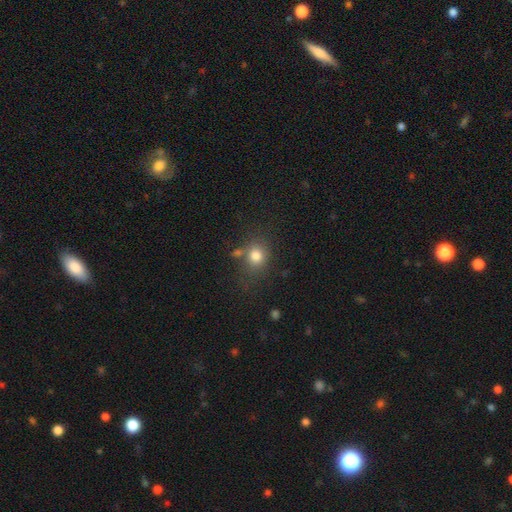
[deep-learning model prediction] A smooth galaxy with no disk features (79%) that is round (67%).

Vote fractions:
- Smooth or featured? smooth: 79% / star or artifact: 13% / featured or disk: 8%
- How rounded? round: 67% / in between: 31% / cigar-shaped: 1%
- Merging? none: 66% / minor disturbance: 15% / merger: 12% / major disturbance: 6%